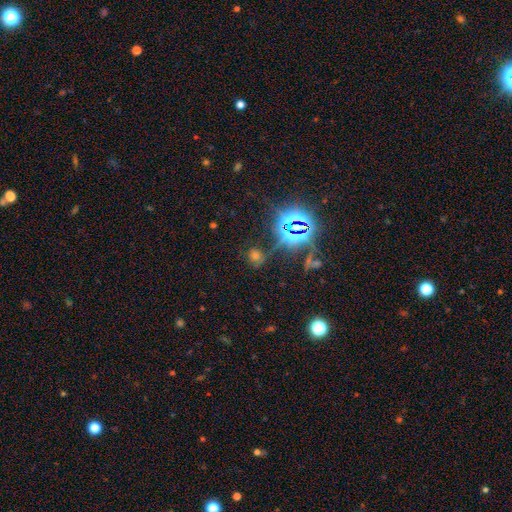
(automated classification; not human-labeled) Smooth or featured? Predicted: star or artifact (p=0.59).